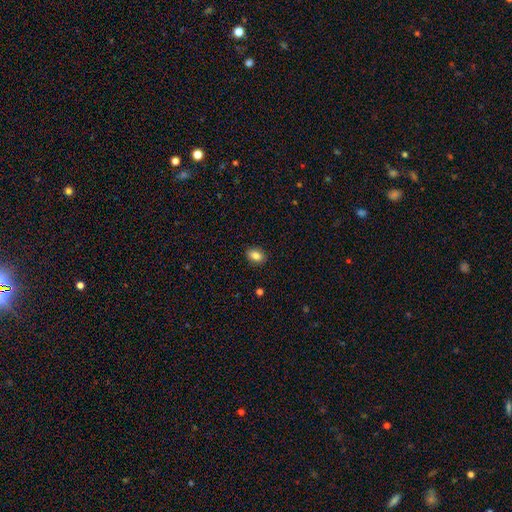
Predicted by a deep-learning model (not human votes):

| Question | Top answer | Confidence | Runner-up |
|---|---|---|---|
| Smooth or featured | smooth | 85% | star or artifact (9%) |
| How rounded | in between | 80% | round (18%) |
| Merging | none | 88% | minor disturbance (8%) |